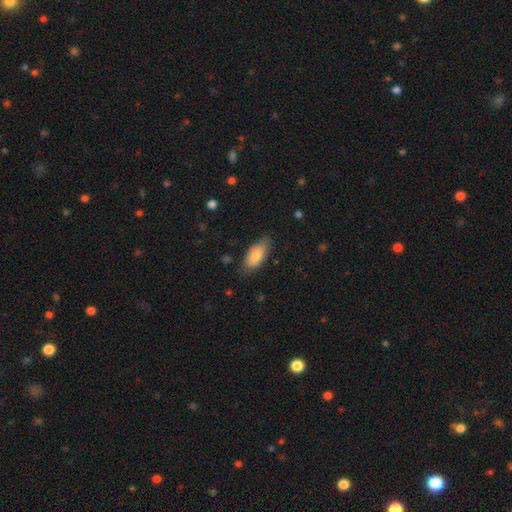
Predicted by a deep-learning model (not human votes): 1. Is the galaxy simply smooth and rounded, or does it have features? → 83% smooth, 11% featured or disk, 6% star or artifact.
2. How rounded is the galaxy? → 88% in between, 10% cigar-shaped, 2% round.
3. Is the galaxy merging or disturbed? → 72% none, 22% minor disturbance, 4% major disturbance, 1% merger.